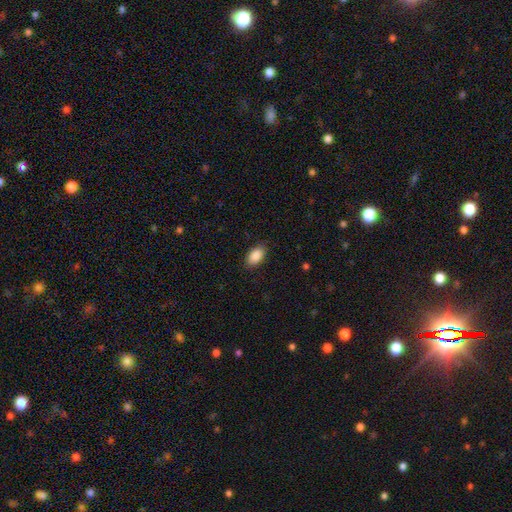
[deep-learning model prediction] Smooth or featured?
  - smooth: 90% *
  - star or artifact: 7%
  - featured or disk: 4%
How rounded?
  - in between: 93% *
  - round: 5%
  - cigar-shaped: 2%
Merging?
  - none: 86% *
  - minor disturbance: 10%
  - major disturbance: 3%
  - merger: 1%